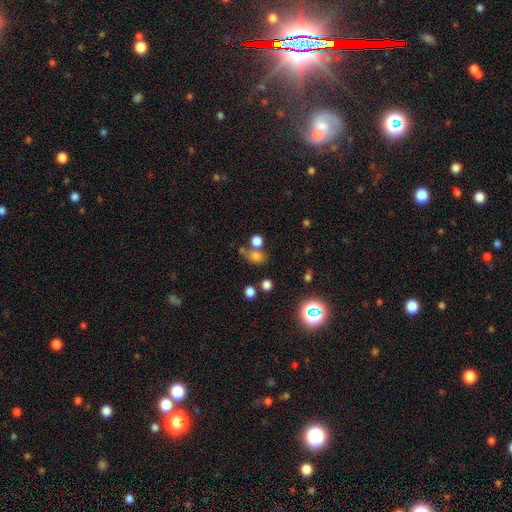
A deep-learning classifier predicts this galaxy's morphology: A smooth galaxy with no disk features (71%) that is round (49%, tied with in between). Merging: none (53%).